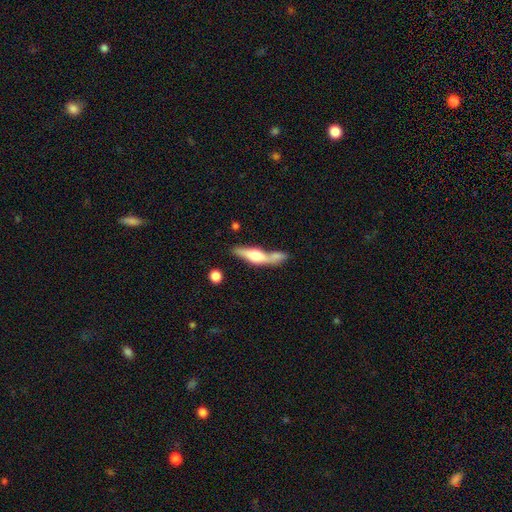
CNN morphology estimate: Overall: featured or disk (53%; smooth 41%). Edge-on disk: yes (86%). Merging: none (44%; merger 35%).